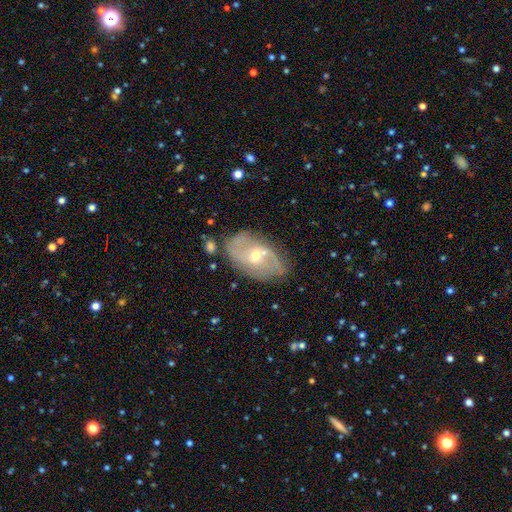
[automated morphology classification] smooth_or_featured: featured or disk (p=0.77) [alt: smooth p=0.15]
disk_edge_on: no (p=0.95) [alt: yes p=0.05]
bar: weak (p=0.45) [alt: no p=0.39]
has_spiral_arms: yes (p=0.85) [alt: no p=0.15]
spiral_winding: loose (p=0.40) [alt: medium p=0.39]
spiral_arm_count: 2 (p=0.75) [alt: can't tell p=0.14]
bulge_size: moderate (p=0.52) [alt: small p=0.45]
merging: none (p=0.73) [alt: minor disturbance p=0.18]